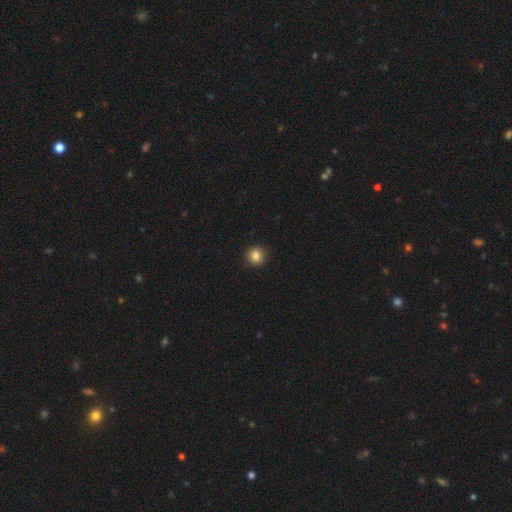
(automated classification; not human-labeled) Smooth or featured? smooth (84%)
How rounded? round (91%)
Merging? none (91%)